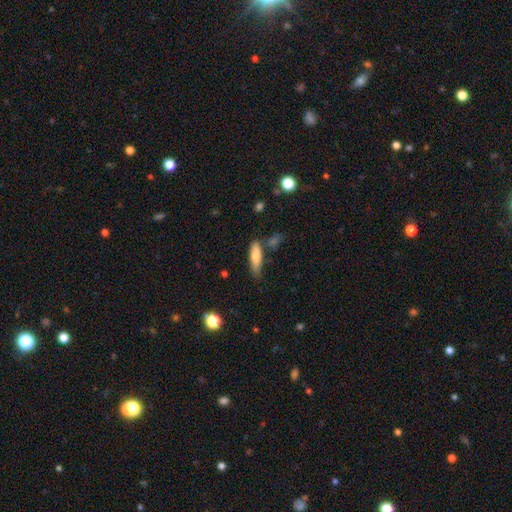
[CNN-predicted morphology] Smooth or featured: smooth — 75% (featured or disk — 18%)
How rounded: cigar-shaped — 66% (in between — 32%)
Merging: none — 67% (minor disturbance — 20%)